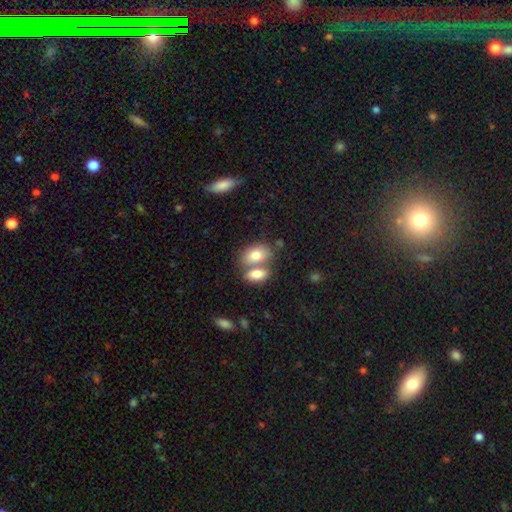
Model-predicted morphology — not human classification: Smooth or featured?
  - smooth: 80% *
  - featured or disk: 14%
  - star or artifact: 7%
How rounded?
  - in between: 89% *
  - round: 9%
  - cigar-shaped: 2%
Merging?
  - merger: 54% *
  - none: 33%
  - minor disturbance: 9%
  - major disturbance: 4%